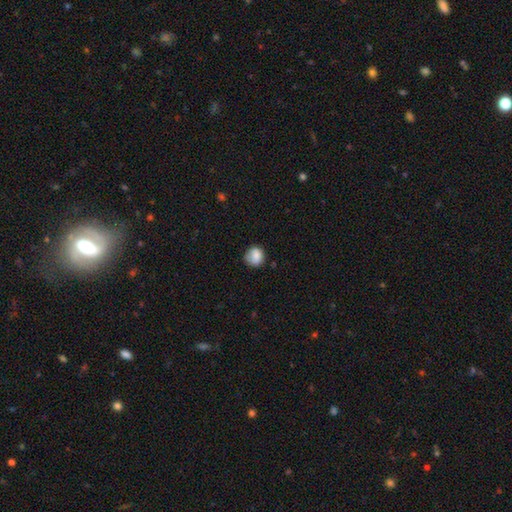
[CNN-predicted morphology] smooth-or-featured: smooth: 83% | star or artifact: 9% | featured or disk: 8%
  how-rounded: round: 80% | in between: 19% | cigar-shaped: 1%
  merging: none: 70% | minor disturbance: 22% | major disturbance: 6% | merger: 2%